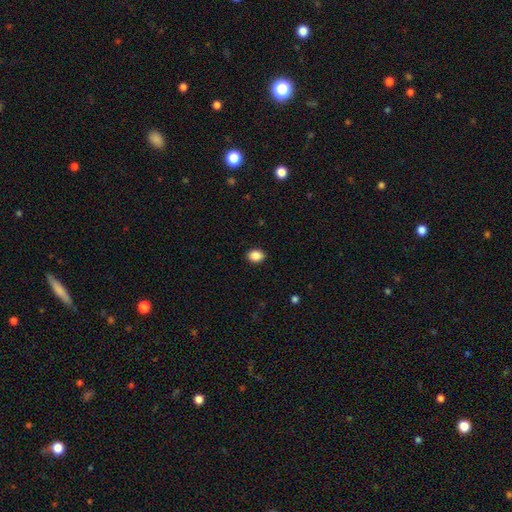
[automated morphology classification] Smooth or featured? smooth (88%)
How rounded? in between (65%)
Merging? none (90%)